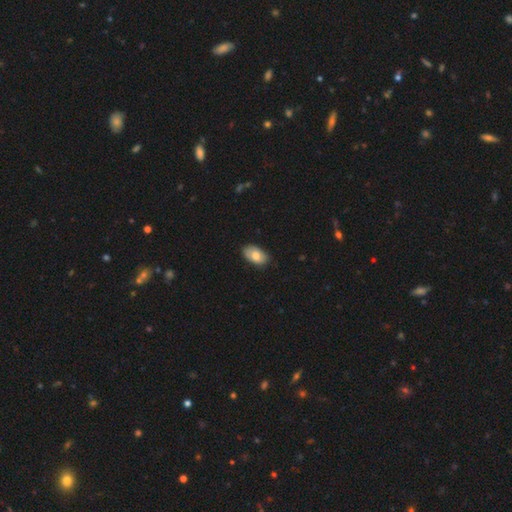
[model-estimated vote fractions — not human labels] Q: Smooth or featured?
A: smooth (78%); runner-up: featured or disk (15%)
Q: How rounded?
A: in between (93%); runner-up: round (6%)
Q: Merging?
A: none (81%); runner-up: minor disturbance (16%)